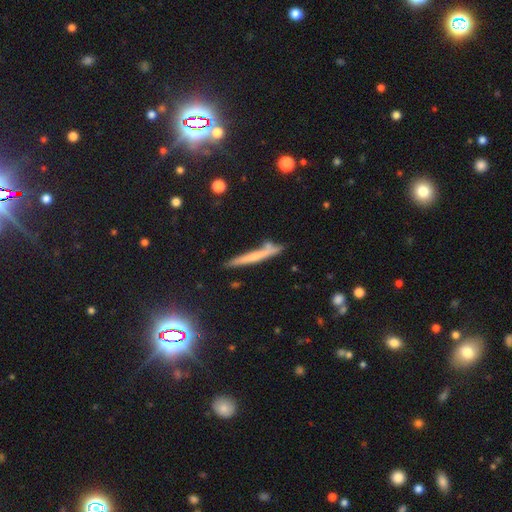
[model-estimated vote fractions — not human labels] Smooth or featured? smooth (52%)
How rounded? cigar-shaped (95%)
Merging? none (74%)